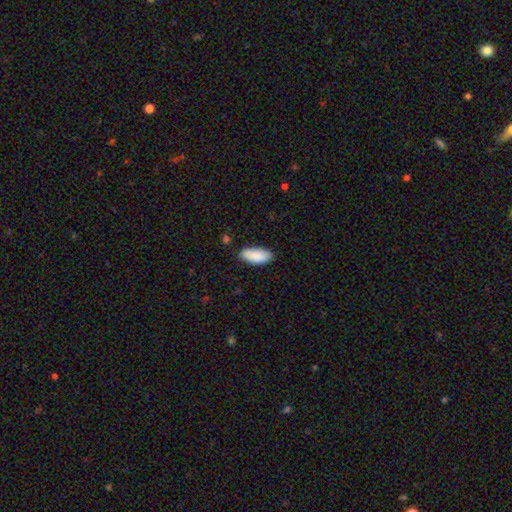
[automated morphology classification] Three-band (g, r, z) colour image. It shows a smooth galaxy with no disk features (89%) that is in between round and cigar-shaped (89%). Merging: none (83%).